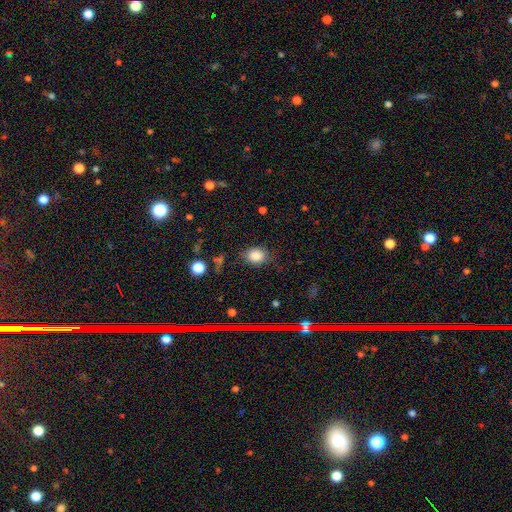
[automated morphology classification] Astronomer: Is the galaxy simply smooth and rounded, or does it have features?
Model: smooth — 83%.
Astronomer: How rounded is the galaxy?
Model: in between — 51% (runner-up: round, 47%).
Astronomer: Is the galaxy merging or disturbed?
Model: none — 76%.